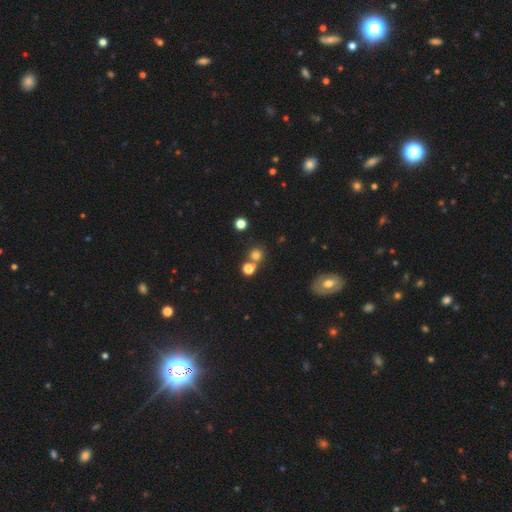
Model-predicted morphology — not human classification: A smooth galaxy with no disk features (72%) that is round (89%). Merging: none (59%).